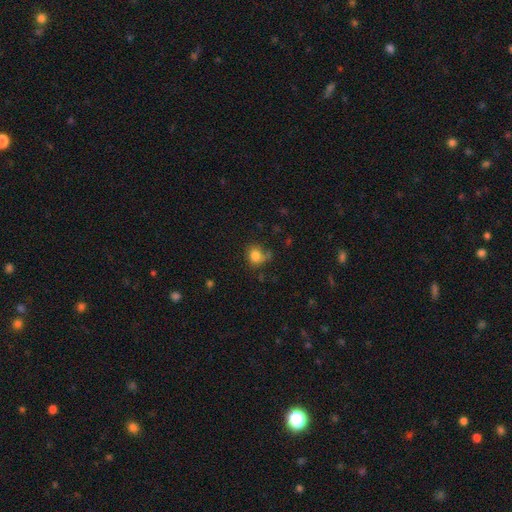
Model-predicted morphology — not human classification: Smooth or featured? smooth (81%)
How rounded? round (67%)
Merging? none (55%)